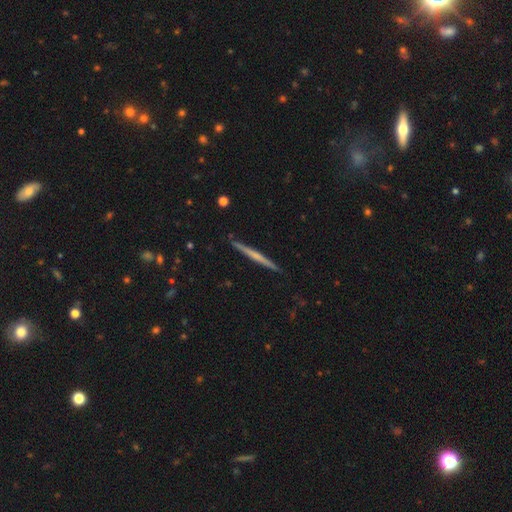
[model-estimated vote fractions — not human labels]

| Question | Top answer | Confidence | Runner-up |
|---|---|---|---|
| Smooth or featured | featured or disk | 58% | smooth (37%) |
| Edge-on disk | yes | 98% | no (2%) |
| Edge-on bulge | none | 71% | rounded (23%) |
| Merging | none | 92% | minor disturbance (6%) |